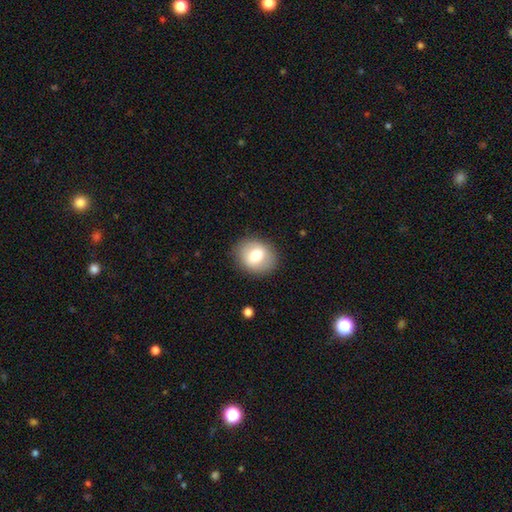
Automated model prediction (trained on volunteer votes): Smooth or featured?
  - smooth: 71% *
  - featured or disk: 21%
  - star or artifact: 8%
How rounded?
  - round: 59% *
  - in between: 40%
  - cigar-shaped: 1%
Merging?
  - none: 86% *
  - minor disturbance: 10%
  - major disturbance: 3%
  - merger: 1%